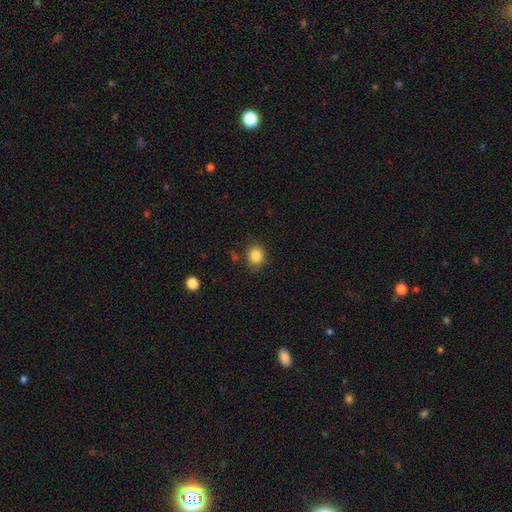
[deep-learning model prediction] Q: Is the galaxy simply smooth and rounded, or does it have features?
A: smooth — 84%.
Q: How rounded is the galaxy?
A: round — 63%.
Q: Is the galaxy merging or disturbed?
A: none — 81%.